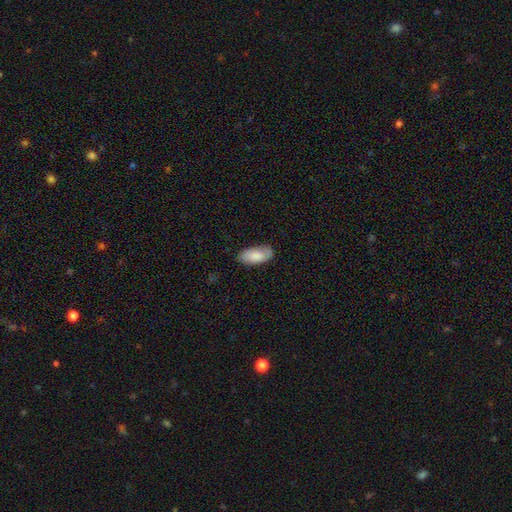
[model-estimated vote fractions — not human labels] Smooth or featured: smooth — 81% (featured or disk — 13%)
How rounded: in between — 91% (cigar-shaped — 7%)
Merging: none — 76% (minor disturbance — 19%)